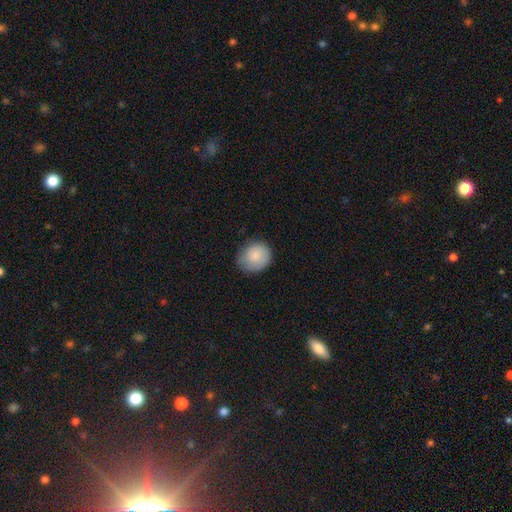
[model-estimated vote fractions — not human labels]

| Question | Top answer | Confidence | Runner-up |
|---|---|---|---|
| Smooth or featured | smooth | 84% | featured or disk (9%) |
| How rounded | round | 70% | in between (29%) |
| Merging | none | 74% | minor disturbance (21%) |